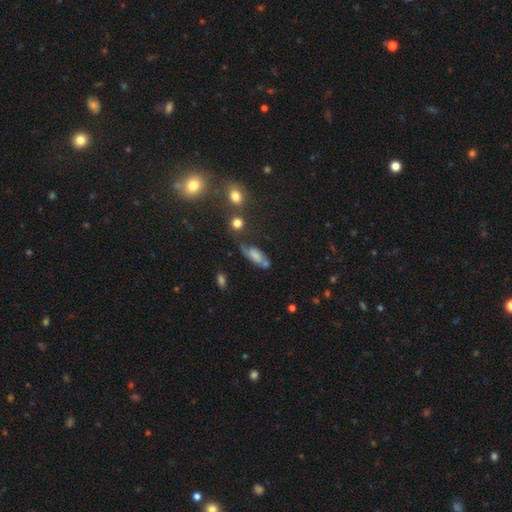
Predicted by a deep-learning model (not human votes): smooth-or-featured: smooth: 50% | featured or disk: 39% | star or artifact: 11%
  how-rounded: in between: 76% | cigar-shaped: 18% | round: 5%
  merging: none: 43% | minor disturbance: 27% | major disturbance: 17% | merger: 13%